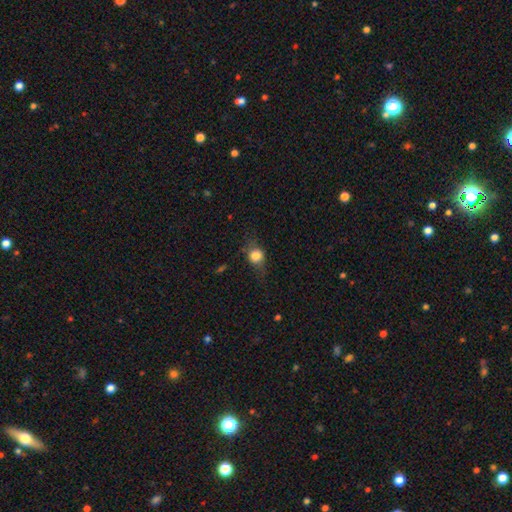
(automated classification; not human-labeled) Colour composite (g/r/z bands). It shows a smooth galaxy with no disk features (74%) that is round (74%). Merging: none (64%).